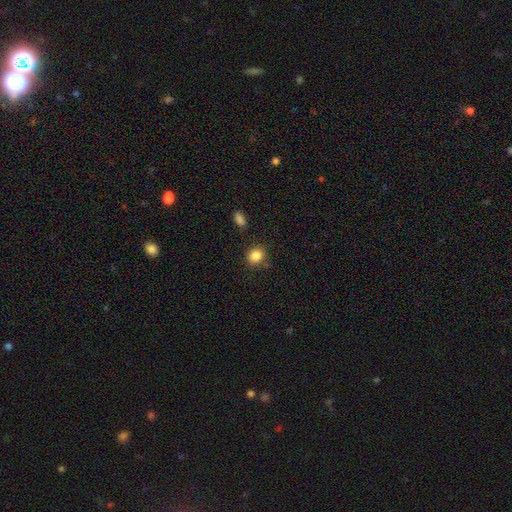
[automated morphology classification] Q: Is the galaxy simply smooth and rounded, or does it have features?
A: smooth — 85%.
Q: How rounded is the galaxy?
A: round — 77%.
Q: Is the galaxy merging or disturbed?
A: none — 83%.